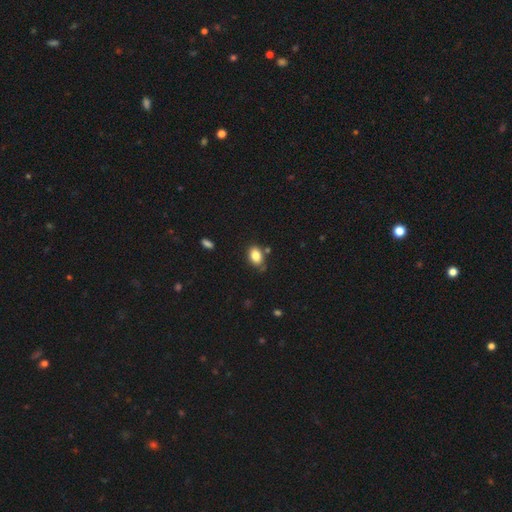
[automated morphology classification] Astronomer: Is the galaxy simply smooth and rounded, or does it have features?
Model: smooth — 85%.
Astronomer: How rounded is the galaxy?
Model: in between — 85%.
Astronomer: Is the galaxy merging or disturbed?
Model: none — 75%.